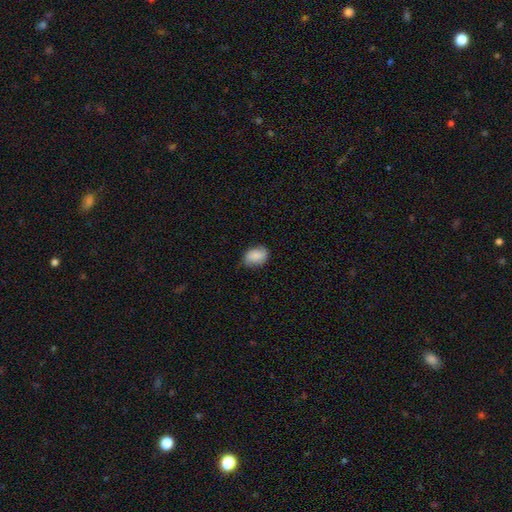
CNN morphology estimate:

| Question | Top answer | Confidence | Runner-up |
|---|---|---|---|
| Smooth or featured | smooth | 86% | star or artifact (7%) |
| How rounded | in between | 80% | round (19%) |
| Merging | none | 74% | minor disturbance (21%) |